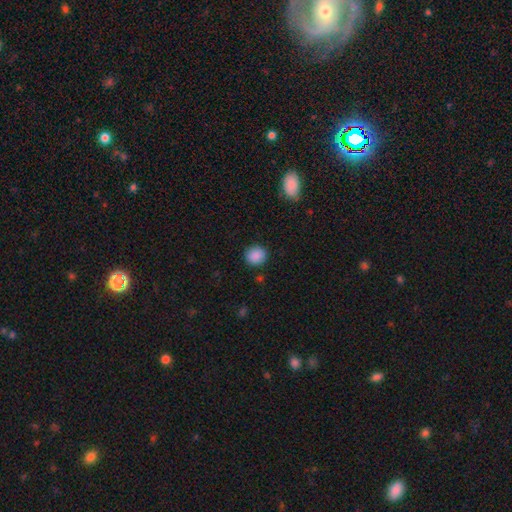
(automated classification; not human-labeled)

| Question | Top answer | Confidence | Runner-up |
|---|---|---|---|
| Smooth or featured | smooth | 88% | star or artifact (9%) |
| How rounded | round | 83% | in between (16%) |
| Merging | none | 89% | minor disturbance (7%) |